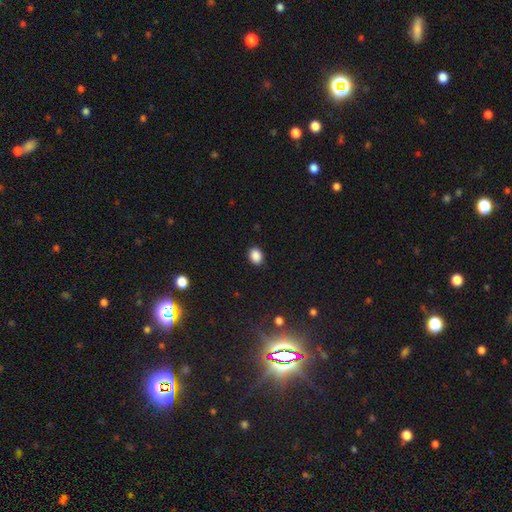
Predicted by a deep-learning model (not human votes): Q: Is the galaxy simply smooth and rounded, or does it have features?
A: smooth — 88%.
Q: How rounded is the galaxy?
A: in between — 65%.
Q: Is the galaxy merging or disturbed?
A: none — 88%.